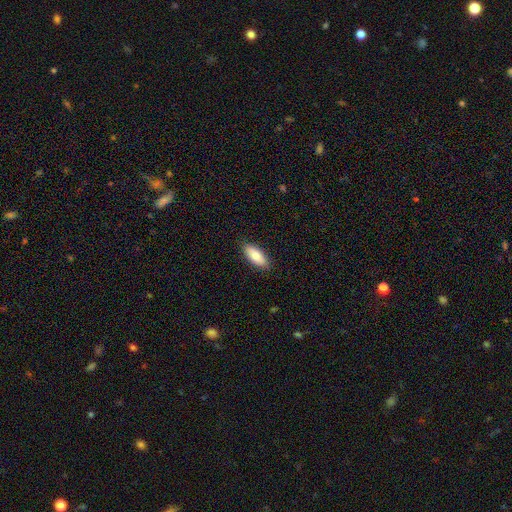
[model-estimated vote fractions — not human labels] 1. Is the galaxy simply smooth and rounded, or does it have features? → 80% smooth, 14% featured or disk, 6% star or artifact.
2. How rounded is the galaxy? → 82% in between, 16% cigar-shaped, 2% round.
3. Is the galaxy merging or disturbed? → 88% none, 9% minor disturbance, 2% major disturbance, 1% merger.